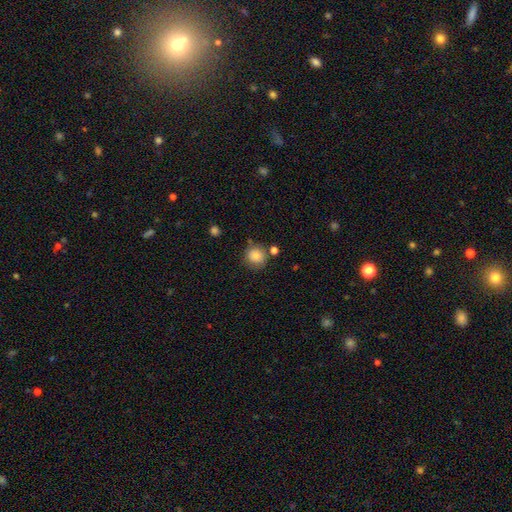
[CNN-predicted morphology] The model was most divided on "merging": none: 76%, minor disturbance: 13%, merger: 7%, major disturbance: 4%. More confident: how rounded — round (90%); smooth or featured — smooth (83%).